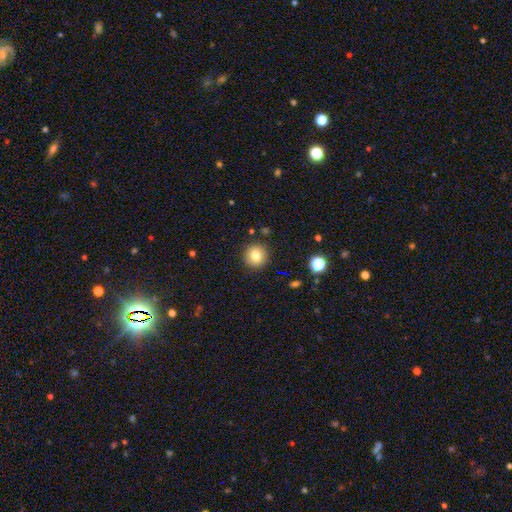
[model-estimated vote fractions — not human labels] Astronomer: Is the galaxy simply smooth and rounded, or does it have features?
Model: smooth — 79%.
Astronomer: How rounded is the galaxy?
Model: round — 91%.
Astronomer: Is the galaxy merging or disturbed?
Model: none — 89%.